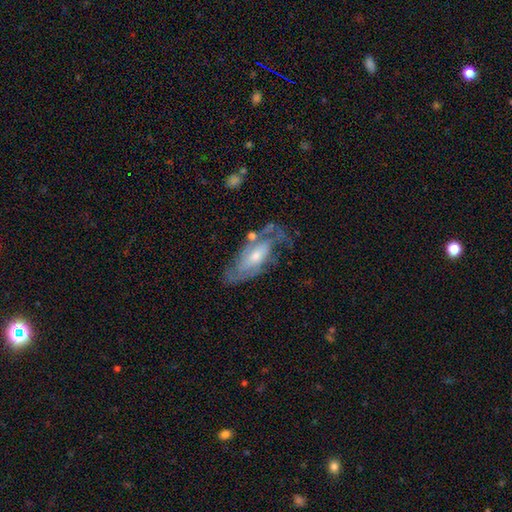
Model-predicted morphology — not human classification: A featured or disk galaxy (80%) with no bar (52%), 2 (52%) medium (42%) spiral arms (90%) and a moderate central bulge (51%). Merging: none (58%).